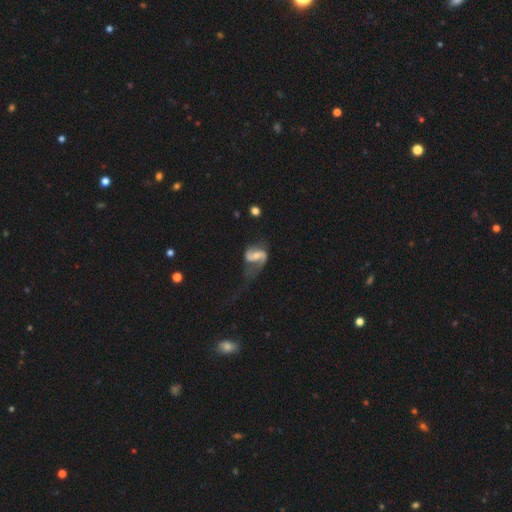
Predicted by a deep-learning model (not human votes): Morphology: type=featured or disk (80%); edge-on=no (97%); bar=weak (46%); spiral arms=yes (92%); winding=loose (59%); arm count=2 (81%); bulge=moderate (38%); merging=major disturbance (41%).